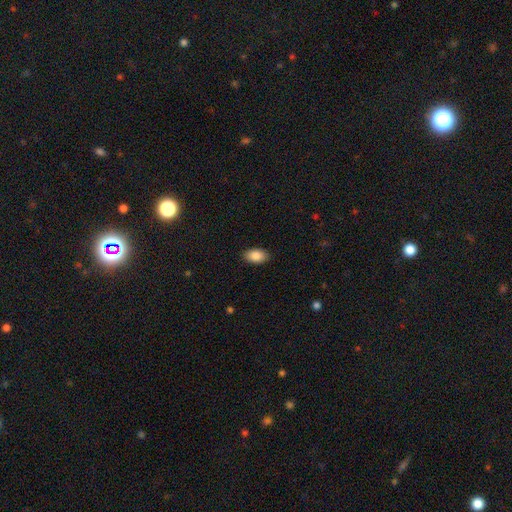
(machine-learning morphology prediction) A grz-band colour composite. It shows a smooth galaxy with no disk features (88%) that is in between round and cigar-shaped (93%). Merging: none (89%).